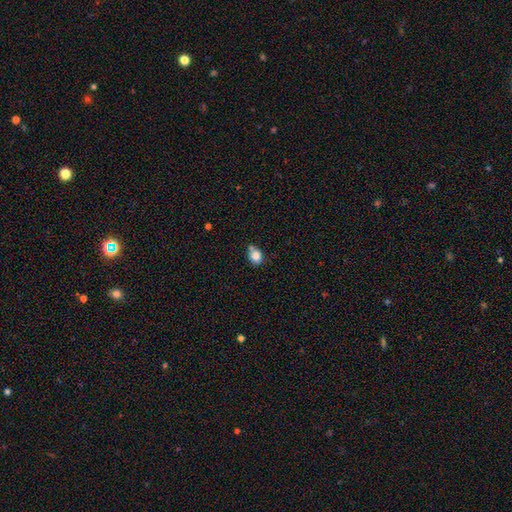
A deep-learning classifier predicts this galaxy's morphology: Smooth or featured?
  - smooth: 82% *
  - star or artifact: 10%
  - featured or disk: 8%
How rounded?
  - round: 65% *
  - in between: 34%
  - cigar-shaped: 1%
Merging?
  - none: 60% *
  - minor disturbance: 19%
  - merger: 17%
  - major disturbance: 5%